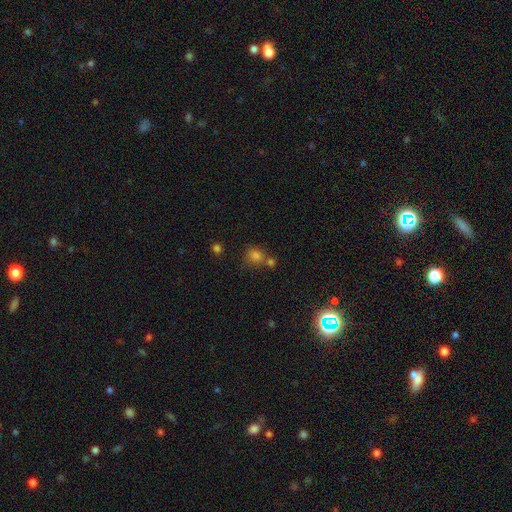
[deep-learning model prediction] smooth_or_featured: smooth (p=0.77) [alt: star or artifact p=0.15]
how_rounded: round (p=0.78) [alt: in between p=0.21]
merging: none (p=0.53) [alt: merger p=0.28]